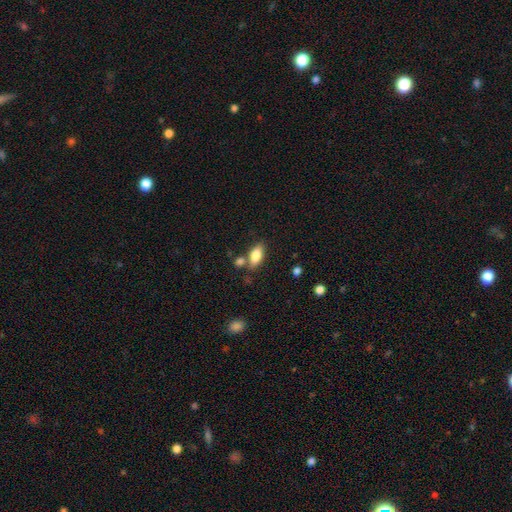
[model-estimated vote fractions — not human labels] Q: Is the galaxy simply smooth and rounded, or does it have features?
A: smooth — 79%.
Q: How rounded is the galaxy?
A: in between — 86%.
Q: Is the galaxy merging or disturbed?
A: none — 69%.